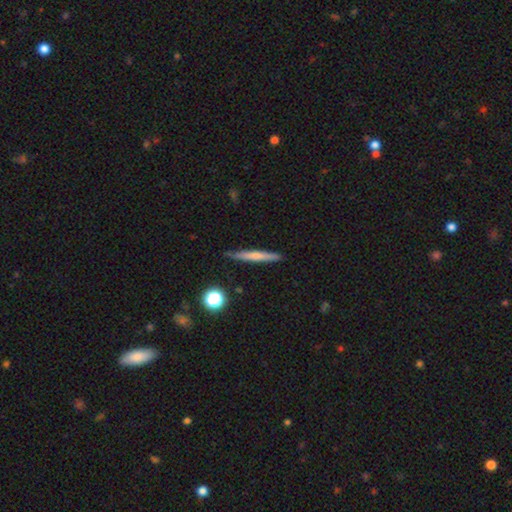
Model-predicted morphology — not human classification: Smooth or featured? Predicted: smooth (p=0.51). How rounded? Predicted: cigar-shaped (p=0.94). Merging? Predicted: none (p=0.87).